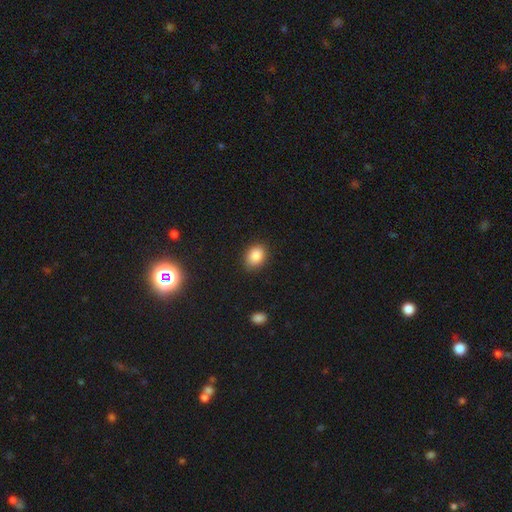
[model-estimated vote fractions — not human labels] smooth 85%, star or artifact 9%, featured or disk 6%. Down the decision tree: how rounded — in between (65%); merging — none (86%).